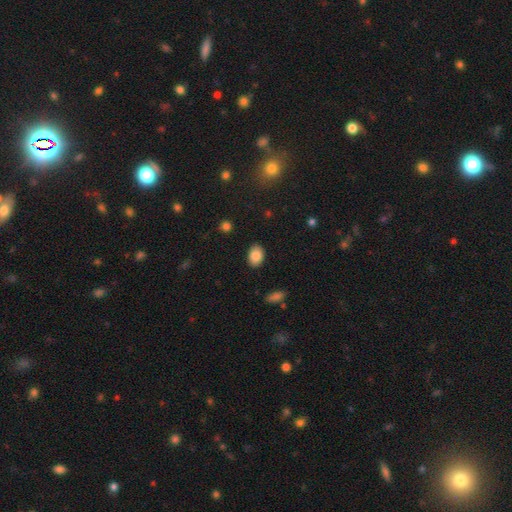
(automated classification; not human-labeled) Q: Smooth or featured?
A: smooth (86%); runner-up: star or artifact (8%)
Q: How rounded?
A: in between (82%); runner-up: round (17%)
Q: Merging?
A: none (88%); runner-up: minor disturbance (9%)